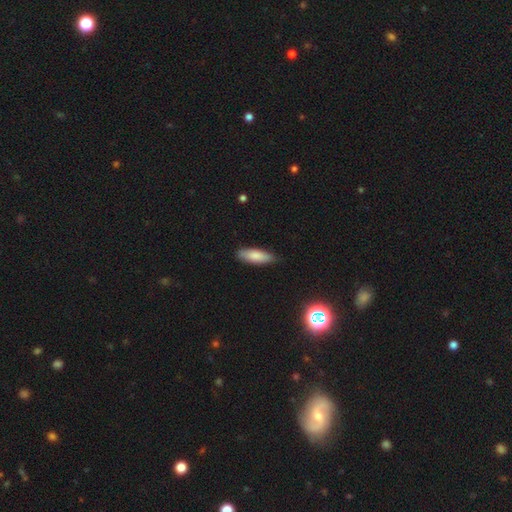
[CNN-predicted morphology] Overall: smooth (82%). How rounded: in between (58%; cigar-shaped 40%). Merging: none (82%).